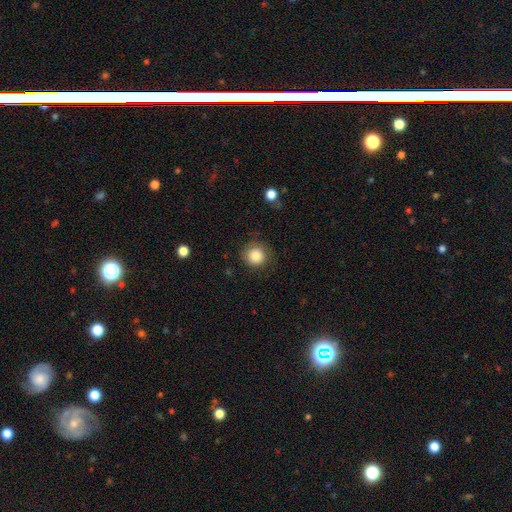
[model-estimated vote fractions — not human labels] A smooth galaxy with no disk features (86%) that is round (92%). Merging: none (82%).